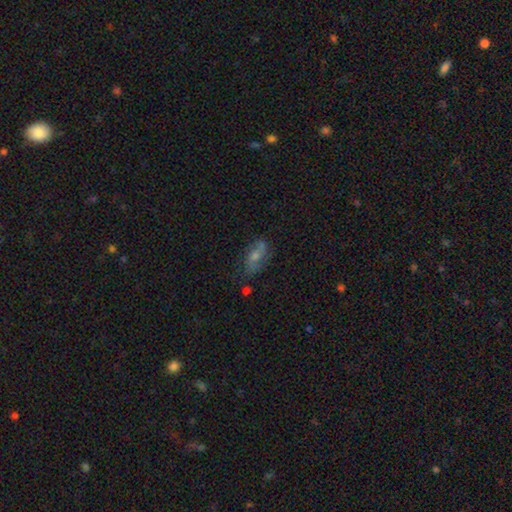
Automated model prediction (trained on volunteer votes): Smooth or featured?
  - smooth: 47% *
  - featured or disk: 42%
  - star or artifact: 11%
Merging?
  - none: 60% *
  - minor disturbance: 25%
  - major disturbance: 10%
  - merger: 5%